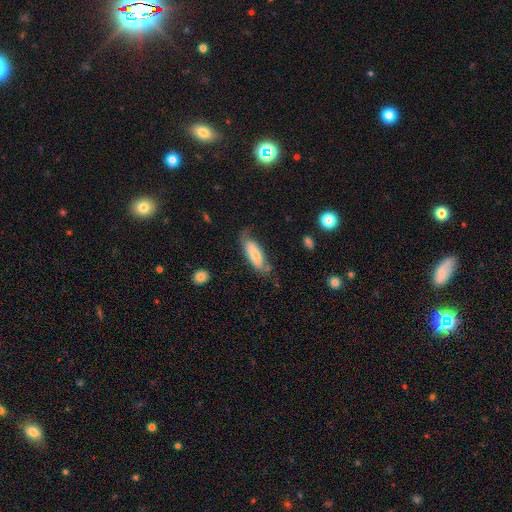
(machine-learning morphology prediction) Smooth or featured? smooth (66%)
How rounded? in between (65%)
Merging? none (53%)